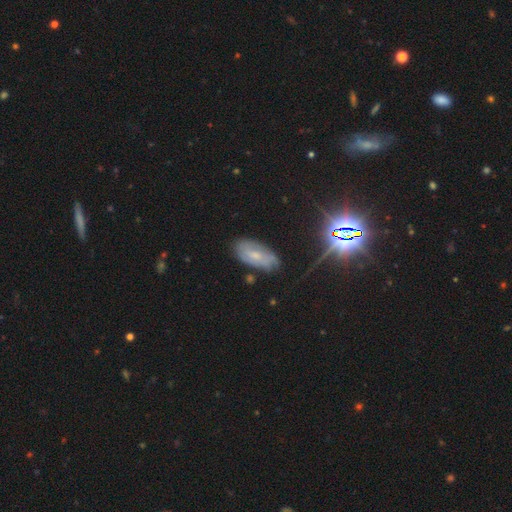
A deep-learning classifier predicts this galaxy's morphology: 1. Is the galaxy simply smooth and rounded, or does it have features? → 42% featured or disk, 41% smooth, 18% star or artifact.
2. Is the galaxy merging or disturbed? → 71% none, 21% minor disturbance, 6% major disturbance, 2% merger.